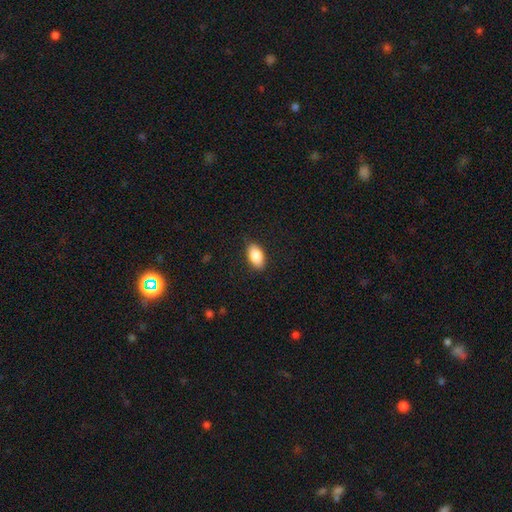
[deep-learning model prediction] Smooth or featured? smooth (86%)
How rounded? in between (92%)
Merging? none (86%)